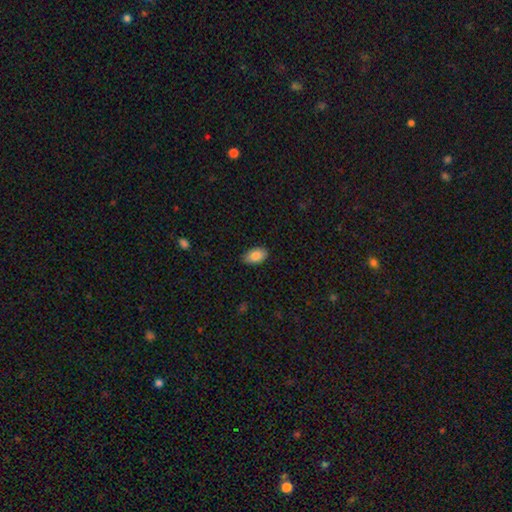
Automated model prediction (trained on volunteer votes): smooth 85%, featured or disk 8%, star or artifact 7%. Down the decision tree: how rounded — in between (92%); merging — none (83%).